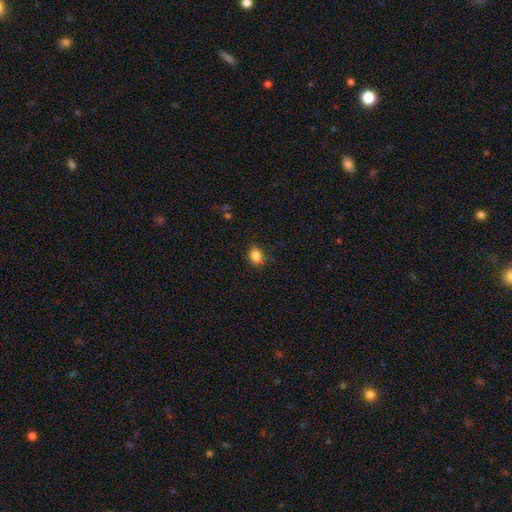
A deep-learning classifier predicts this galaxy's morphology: smooth-or-featured: smooth: 84% | star or artifact: 11% | featured or disk: 5%
  how-rounded: in between: 55% | round: 44% | cigar-shaped: 1%
  merging: none: 78% | minor disturbance: 17% | major disturbance: 4% | merger: 2%